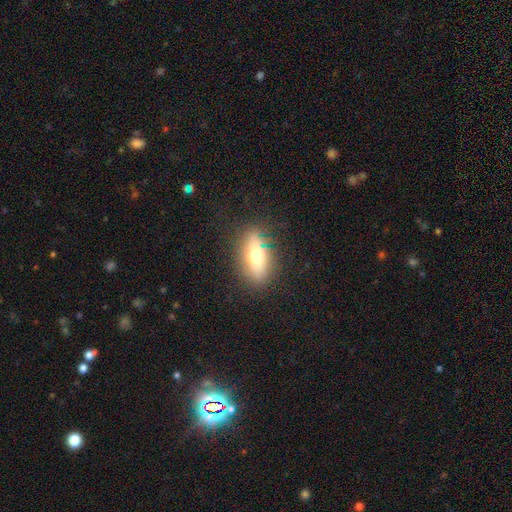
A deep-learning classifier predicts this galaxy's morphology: type=smooth (64%); roundness=in between (71%); merging=none (83%).